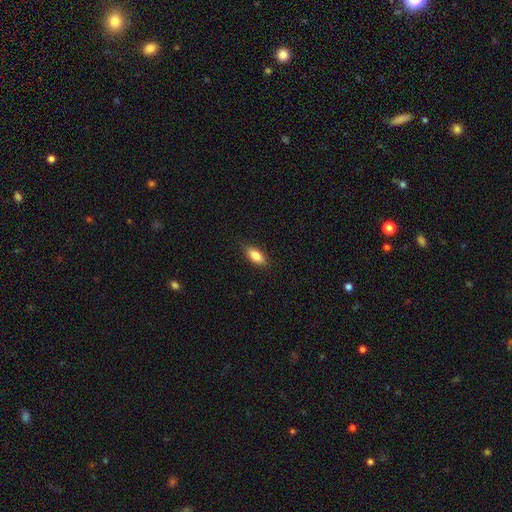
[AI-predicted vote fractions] This appears to be a smooth galaxy with no disk features (82%) that is in between round and cigar-shaped (79%). Merging: none (82%).